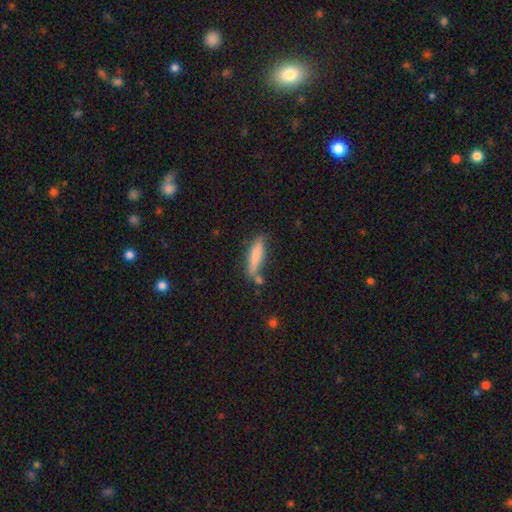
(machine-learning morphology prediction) This is likely a smooth galaxy (79%). How rounded: likely cigar-shaped (73%). Merging: likely none (63%).